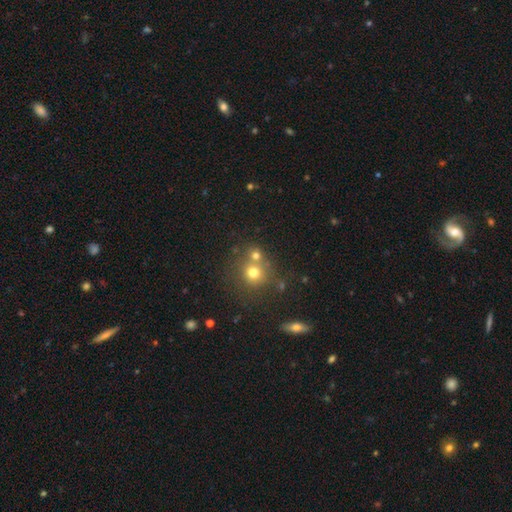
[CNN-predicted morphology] This appears to be a smooth galaxy with no disk features (71%) that is round (87%). Merging: none (55%).